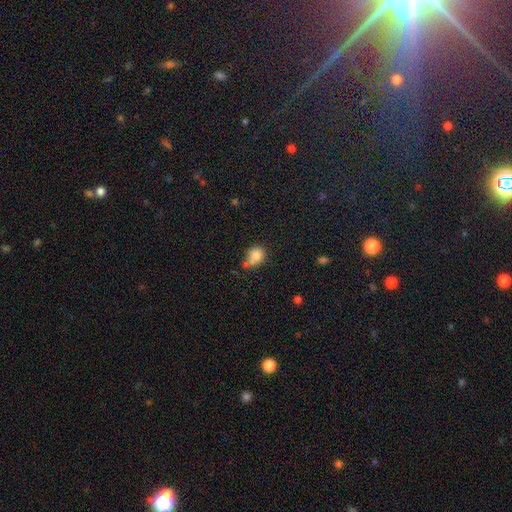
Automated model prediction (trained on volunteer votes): Smooth or featured? Predicted: smooth (p=0.80). How rounded? Predicted: round (p=0.64). Merging? Predicted: none (p=0.41).